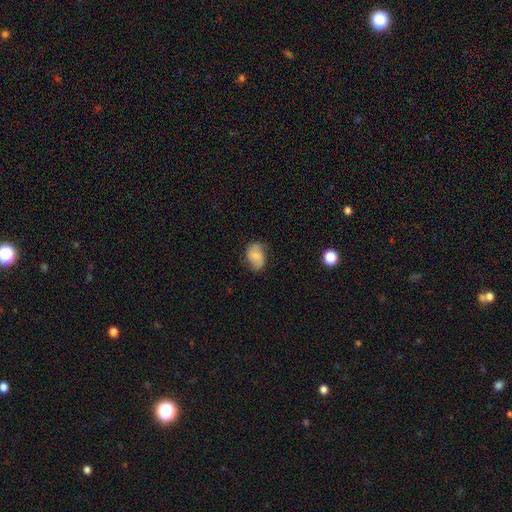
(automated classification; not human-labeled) This is possibly a smooth galaxy (58%). How rounded: likely in between (78%). Merging: likely none (61%).